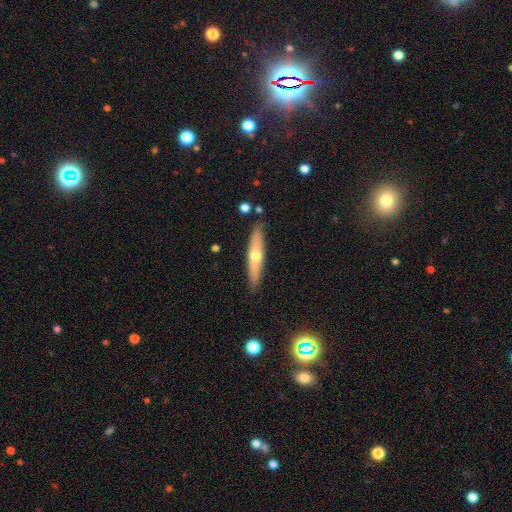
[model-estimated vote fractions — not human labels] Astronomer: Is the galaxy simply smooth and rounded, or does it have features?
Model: featured or disk — 48% (runner-up: smooth, 45%).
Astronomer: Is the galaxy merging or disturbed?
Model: none — 87%.